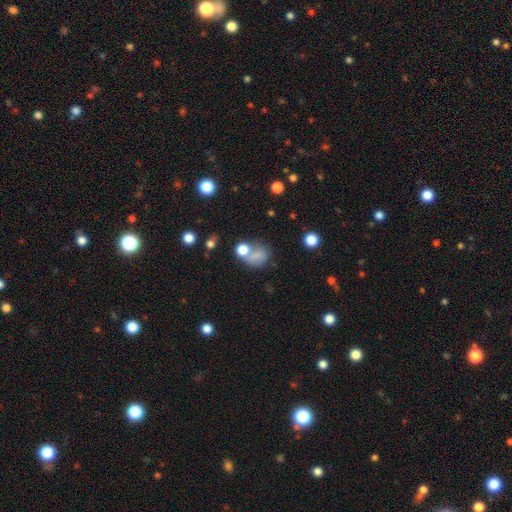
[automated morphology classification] Overall: smooth (70%). How rounded: round (54%; in between 44%). Merging: none (37%; merger 29%).